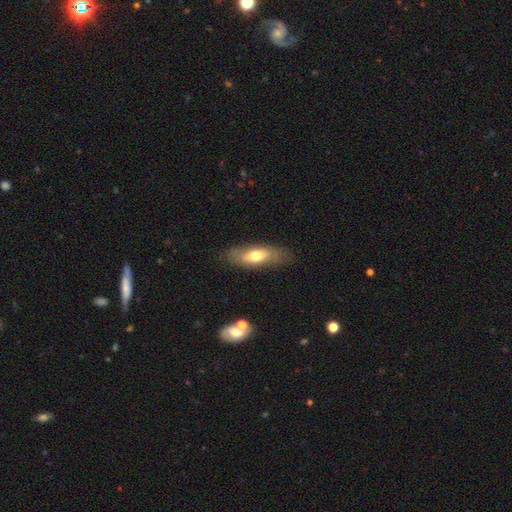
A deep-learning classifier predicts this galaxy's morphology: type=smooth (60%); roundness=in between (67%); merging=none (77%).